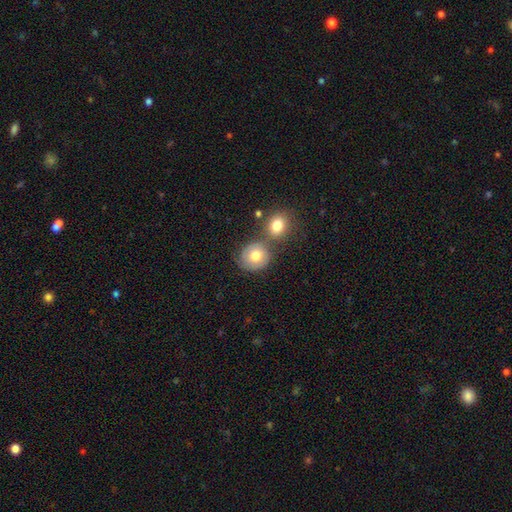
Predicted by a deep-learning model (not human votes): This appears to be a smooth galaxy with no disk features (71%) that is round (79%). Merging: none (55%).